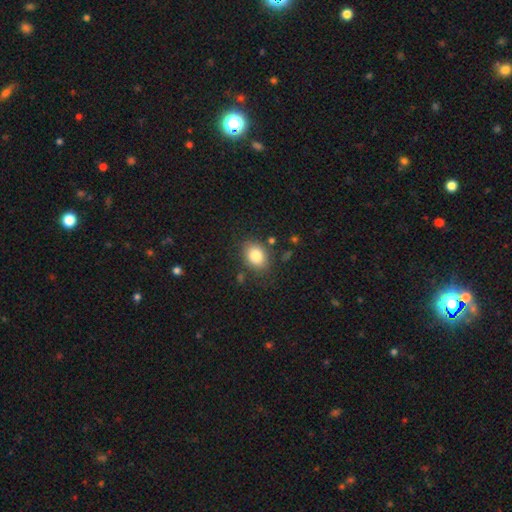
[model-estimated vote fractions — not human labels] This appears to be a smooth galaxy with no disk features (83%) that is in between round and cigar-shaped (62%). Merging: none (80%).